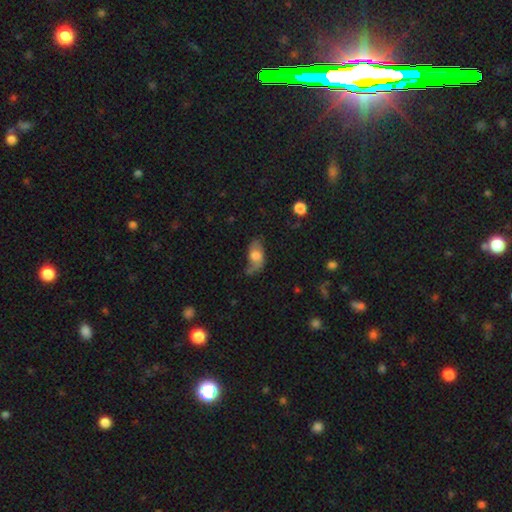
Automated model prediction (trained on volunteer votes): A smooth galaxy with no disk features (57%) that is in between round and cigar-shaped (89%).

Vote fractions:
- Smooth or featured? smooth: 57% / featured or disk: 36% / star or artifact: 8%
- How rounded? in between: 89% / round: 6% / cigar-shaped: 4%
- Merging? none: 49% / minor disturbance: 33% / major disturbance: 15% / merger: 3%